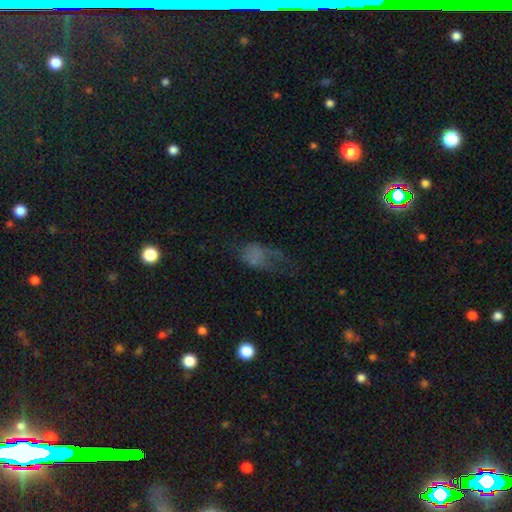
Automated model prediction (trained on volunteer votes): Smooth or featured?
  - smooth: 53% *
  - featured or disk: 27%
  - star or artifact: 20%
How rounded?
  - in between: 82% *
  - round: 14%
  - cigar-shaped: 4%
Merging?
  - major disturbance: 42% *
  - none: 32%
  - minor disturbance: 22%
  - merger: 4%